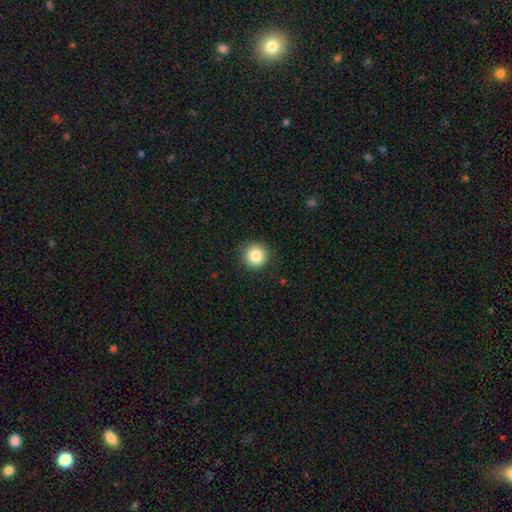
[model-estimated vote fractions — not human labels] Smooth or featured? smooth (85%)
How rounded? round (94%)
Merging? none (89%)